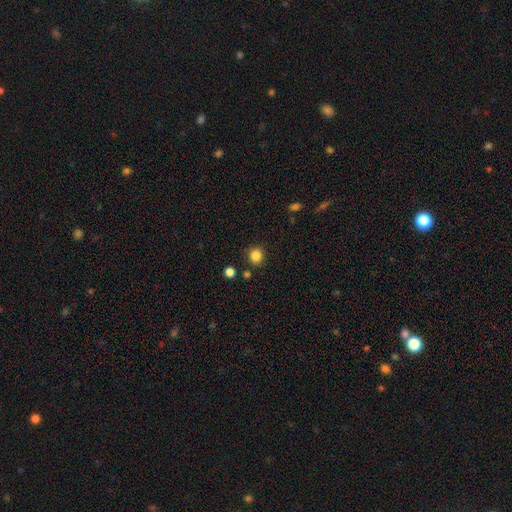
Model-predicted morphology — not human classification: Smooth or featured? Predicted: smooth (p=0.85). How rounded? Predicted: round (p=0.87). Merging? Predicted: none (p=0.85).